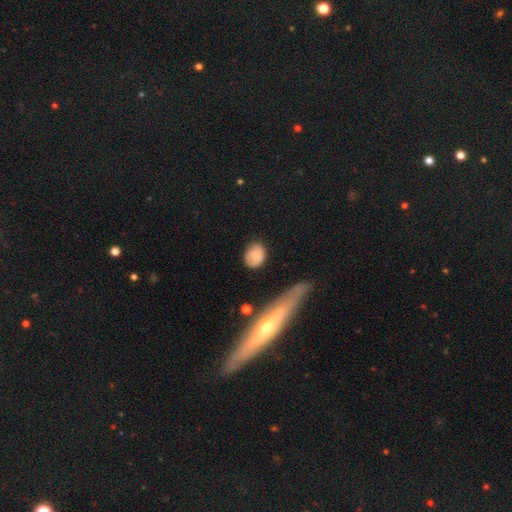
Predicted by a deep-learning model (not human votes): This appears to be a smooth galaxy with no disk features (82%) that is round (59%). Merging: none (79%).